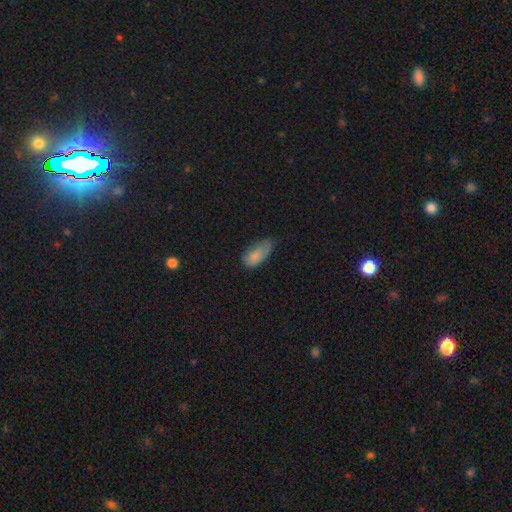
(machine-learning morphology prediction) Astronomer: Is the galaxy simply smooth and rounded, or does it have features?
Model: smooth — 80%.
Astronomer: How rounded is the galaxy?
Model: in between — 90%.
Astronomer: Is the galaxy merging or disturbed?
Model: minor disturbance — 47% (runner-up: none, 31%).